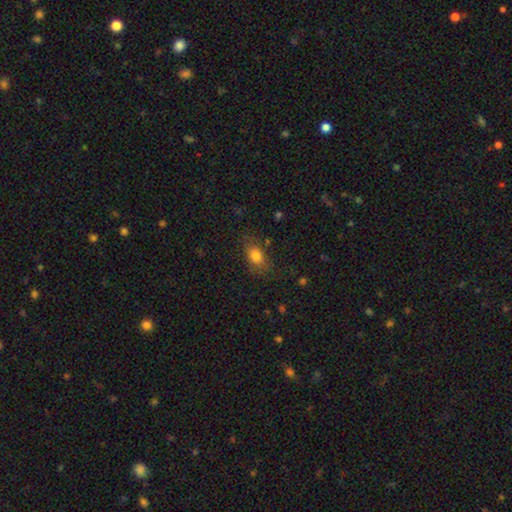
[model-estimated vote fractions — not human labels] Smooth or featured? smooth (79%)
How rounded? in between (77%)
Merging? none (72%)